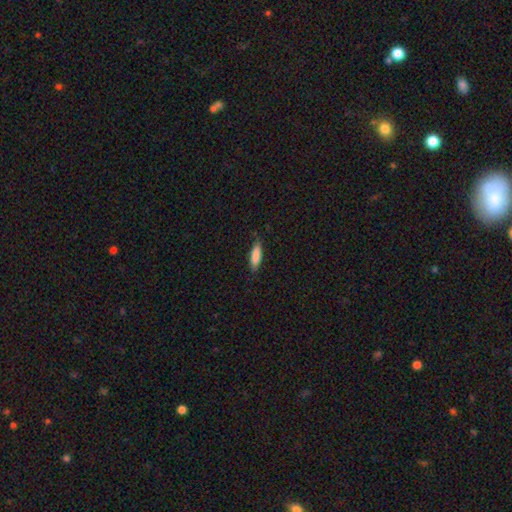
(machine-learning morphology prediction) smooth 84%, featured or disk 10%, star or artifact 6%. Down the decision tree: how rounded — cigar-shaped (56%); merging — none (82%).